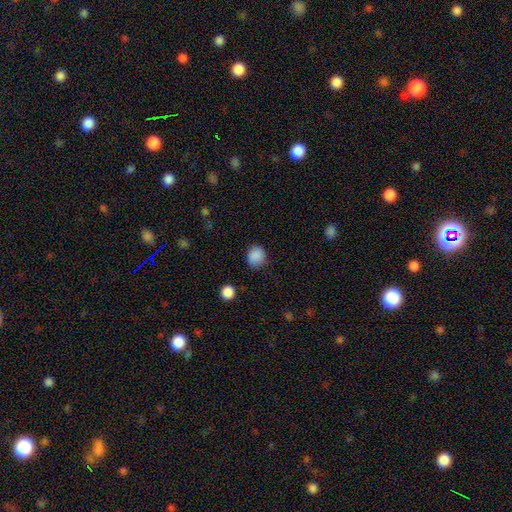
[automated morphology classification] Overall: smooth (87%). How rounded: round (77%). Merging: none (82%).